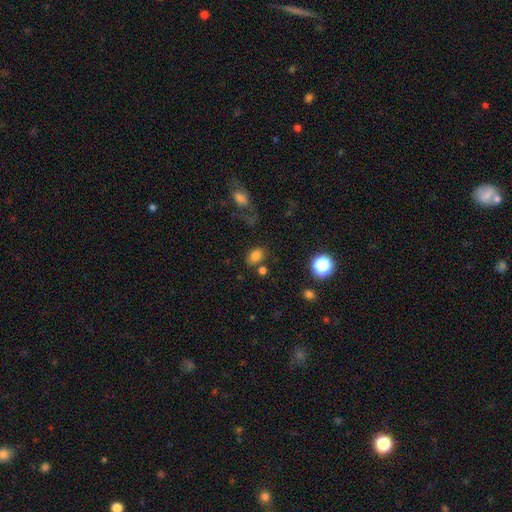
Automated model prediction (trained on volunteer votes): smooth 79%, star or artifact 13%, featured or disk 7%. Down the decision tree: how rounded — in between (77%); merging — none (73%).